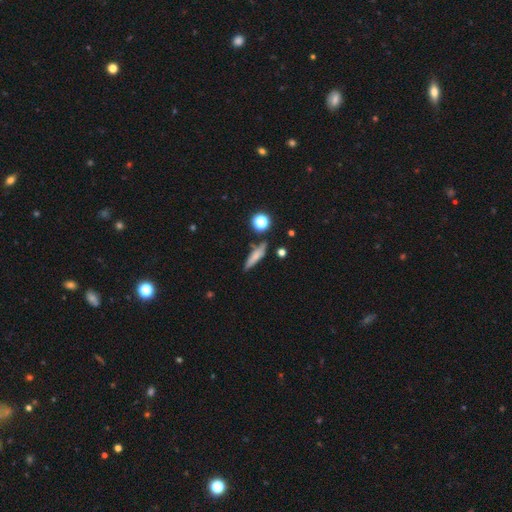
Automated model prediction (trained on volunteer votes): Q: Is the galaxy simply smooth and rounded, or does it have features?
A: smooth — 67%.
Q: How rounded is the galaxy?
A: cigar-shaped — 75%.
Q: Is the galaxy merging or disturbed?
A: none — 75%.